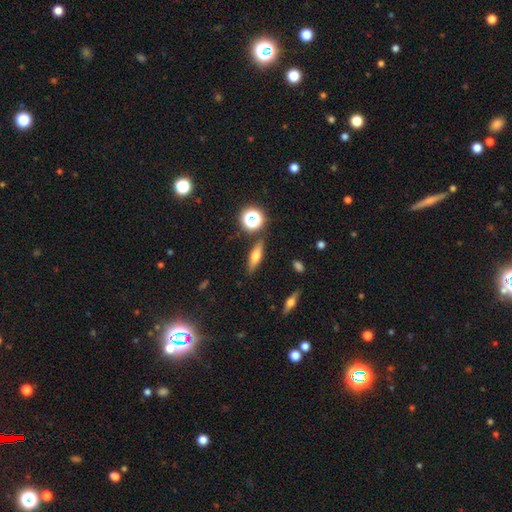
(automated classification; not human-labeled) Smooth or featured: smooth — 53% (featured or disk — 35%)
How rounded: cigar-shaped — 53% (in between — 38%)
Merging: none — 83% (minor disturbance — 10%)